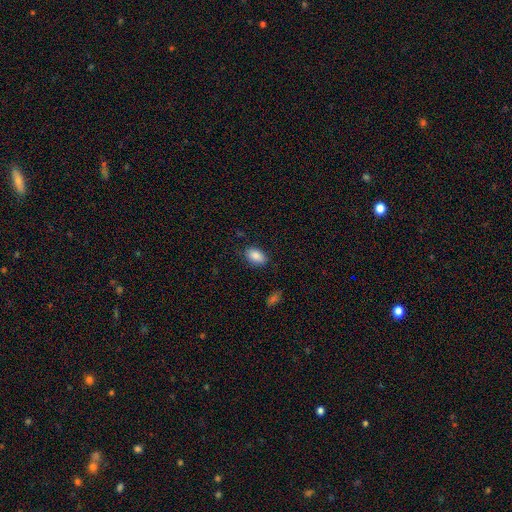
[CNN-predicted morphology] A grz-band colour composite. It shows a smooth galaxy with no disk features (87%) that is in between round and cigar-shaped (90%). Merging: none (81%).